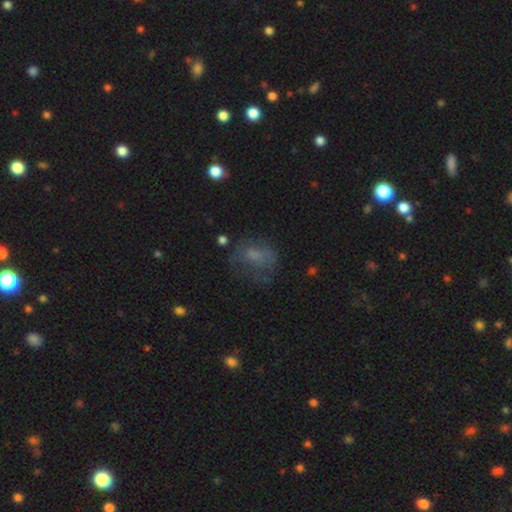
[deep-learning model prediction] smooth_or_featured: smooth (p=0.53) [alt: featured or disk p=0.30]
how_rounded: in between (p=0.57) [alt: round p=0.41]
merging: none (p=0.43) [alt: major disturbance p=0.31]